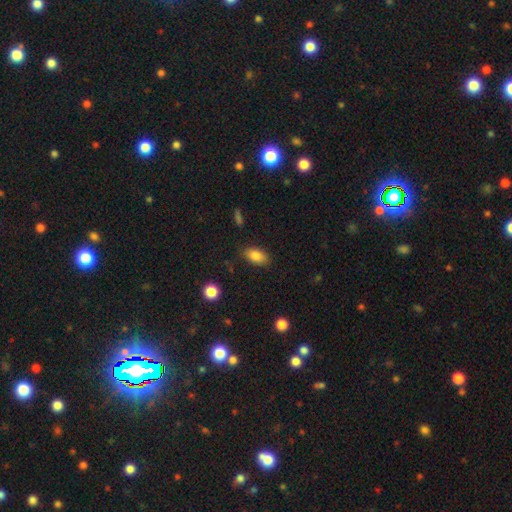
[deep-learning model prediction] smooth 84%, star or artifact 8%, featured or disk 7%. Down the decision tree: how rounded — in between (90%); merging — none (82%).